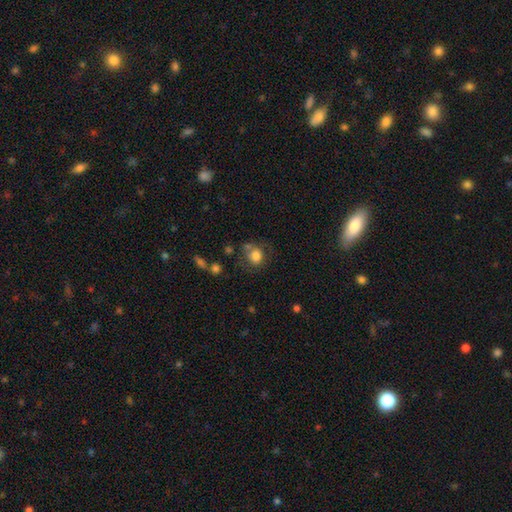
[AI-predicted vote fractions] Morphology: type=smooth (76%); roundness=round (69%); merging=none (52%).